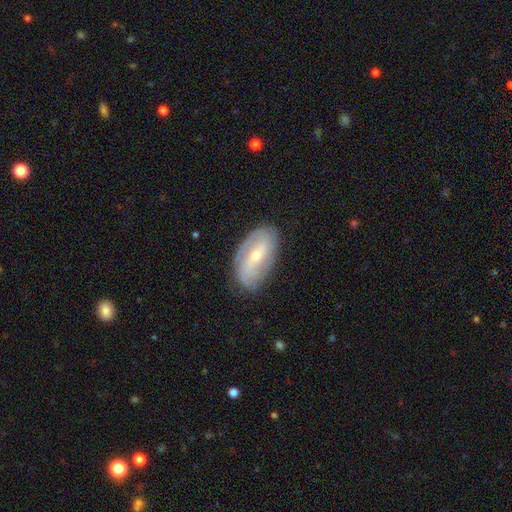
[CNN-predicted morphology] This is likely a featured or disk galaxy (73%). It is clearly not viewed edge-on (93%). Bar: marginally weak (41%). Spiral arm pattern: clearly yes (86%). Spiral arm count: possibly 2 (53%). Spiral winding: marginally tight (44%). Central bulge: likely small (62%). Merging: likely none (78%).